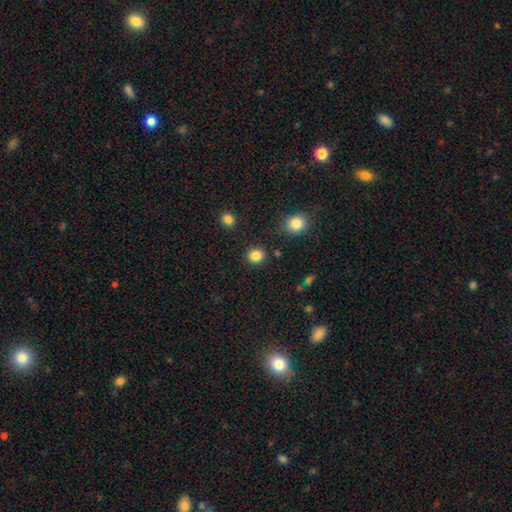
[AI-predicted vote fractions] A smooth galaxy with no disk features (85%) that is round (86%). Merging: none (89%).